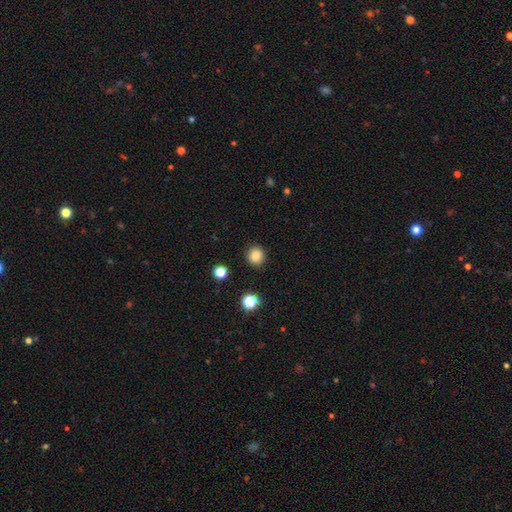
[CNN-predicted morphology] Smooth or featured?
  - smooth: 84% *
  - star or artifact: 12%
  - featured or disk: 5%
How rounded?
  - round: 92% *
  - in between: 7%
  - cigar-shaped: 1%
Merging?
  - none: 91% *
  - minor disturbance: 6%
  - major disturbance: 2%
  - merger: 1%